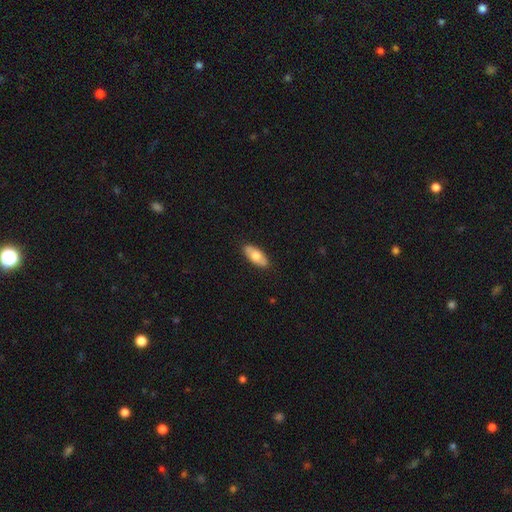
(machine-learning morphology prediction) Q: Smooth or featured?
A: smooth (68%); runner-up: featured or disk (26%)
Q: How rounded?
A: in between (85%); runner-up: cigar-shaped (12%)
Q: Merging?
A: none (88%); runner-up: minor disturbance (9%)